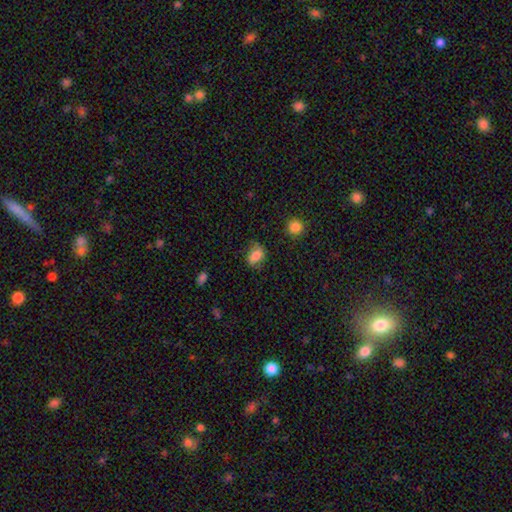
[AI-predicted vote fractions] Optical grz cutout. It shows a smooth galaxy with no disk features (73%) that is in between round and cigar-shaped (77%). Merging: none (58%).